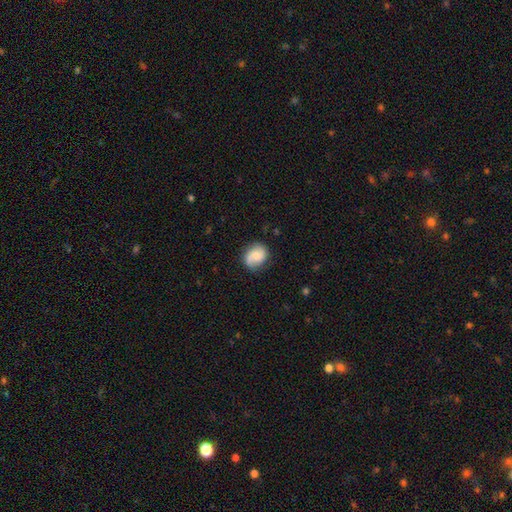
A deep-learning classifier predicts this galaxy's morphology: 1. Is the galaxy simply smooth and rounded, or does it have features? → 52% smooth, 40% featured or disk, 8% star or artifact.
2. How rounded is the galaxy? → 67% round, 32% in between, 1% cigar-shaped.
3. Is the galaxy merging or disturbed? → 74% none, 19% minor disturbance, 6% major disturbance, 2% merger.